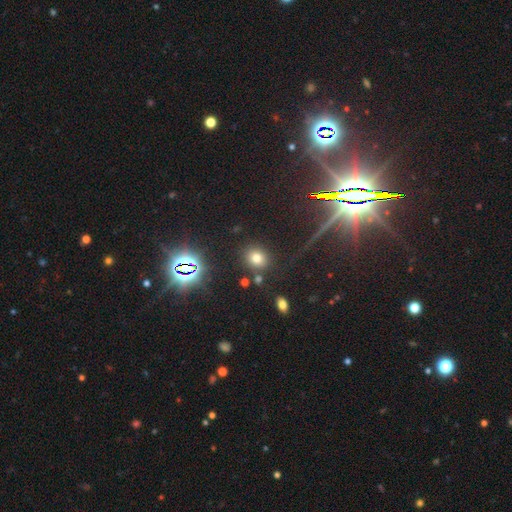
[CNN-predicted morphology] smooth-or-featured: smooth: 53% | star or artifact: 37% | featured or disk: 10%
  how-rounded: round: 77% | in between: 21% | cigar-shaped: 2%
  merging: none: 86% | minor disturbance: 8% | merger: 3% | major disturbance: 3%